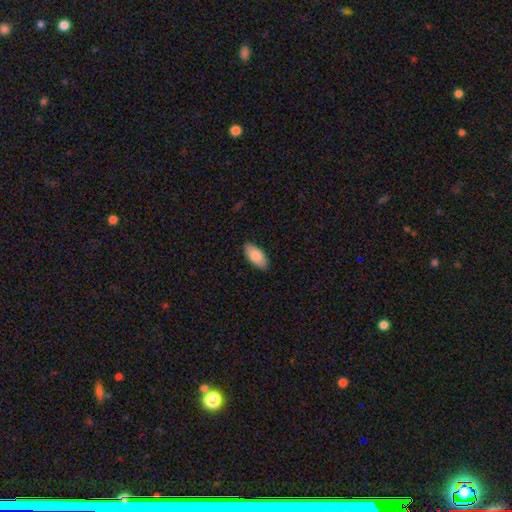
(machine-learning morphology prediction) This appears to be a smooth galaxy with no disk features (85%) that is in between round and cigar-shaped (92%). Merging: none (89%).